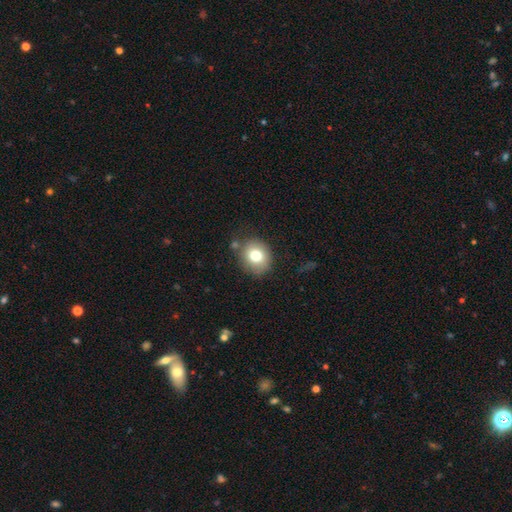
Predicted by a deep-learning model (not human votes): Overall: smooth (76%). How rounded: round (69%; in between 30%). Merging: none (77%).